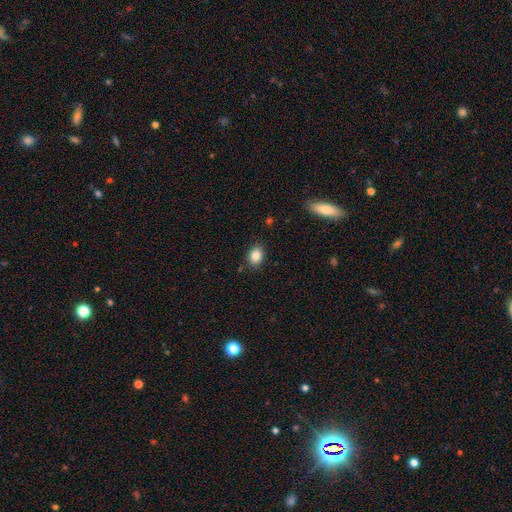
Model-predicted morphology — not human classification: This appears to be a smooth galaxy with no disk features (85%) that is in between round and cigar-shaped (62%). Merging: none (86%).